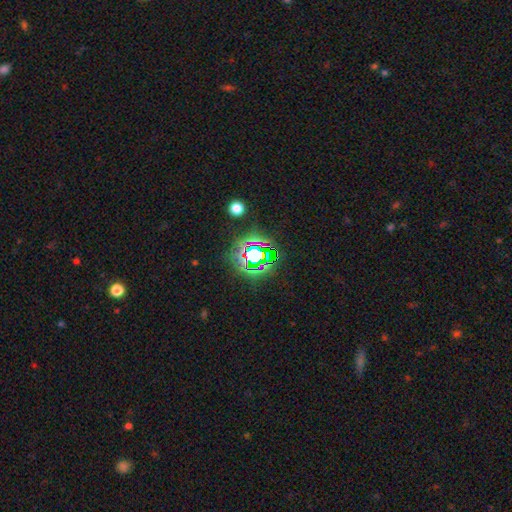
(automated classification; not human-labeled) Smooth or featured: star or artifact — 70% (smooth — 18%)